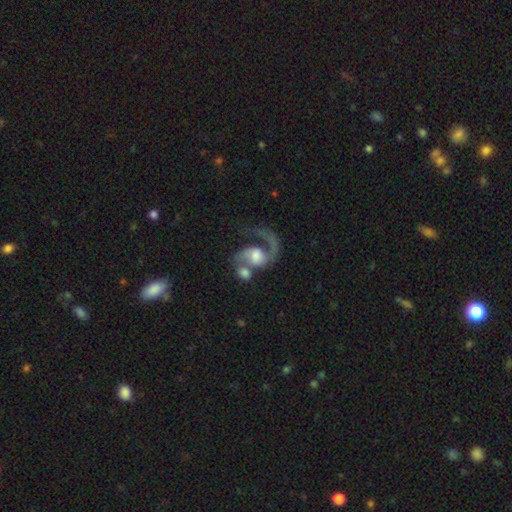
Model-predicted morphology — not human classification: type=featured or disk (77%); edge-on=no (98%); bar=no (63%); spiral arms=yes (92%); winding=loose (55%); arm count=1 (53%); bulge=moderate (43%); merging=merger (43%).